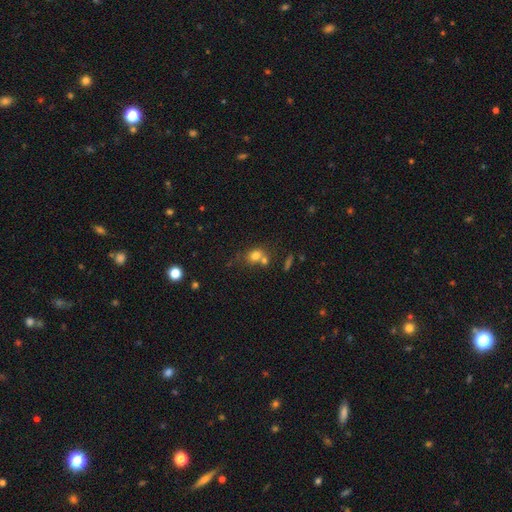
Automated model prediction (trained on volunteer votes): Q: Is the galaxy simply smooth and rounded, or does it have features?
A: smooth — 74%.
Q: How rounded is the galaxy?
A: round — 61%.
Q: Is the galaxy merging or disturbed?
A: none — 42%.